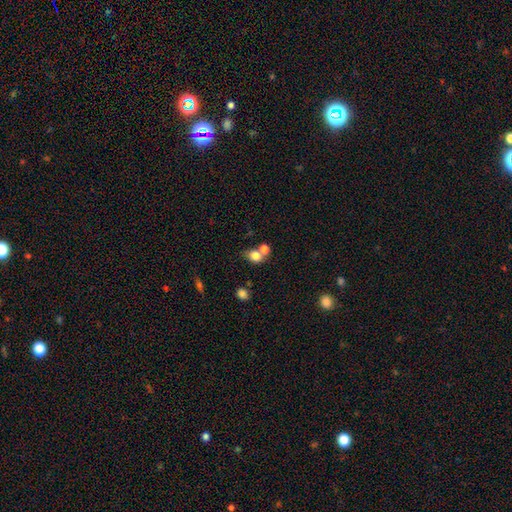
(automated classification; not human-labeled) Q: Smooth or featured?
A: smooth (78%); runner-up: star or artifact (11%)
Q: How rounded?
A: in between (53%); runner-up: round (46%)
Q: Merging?
A: none (42%); tied with: merger (42%)